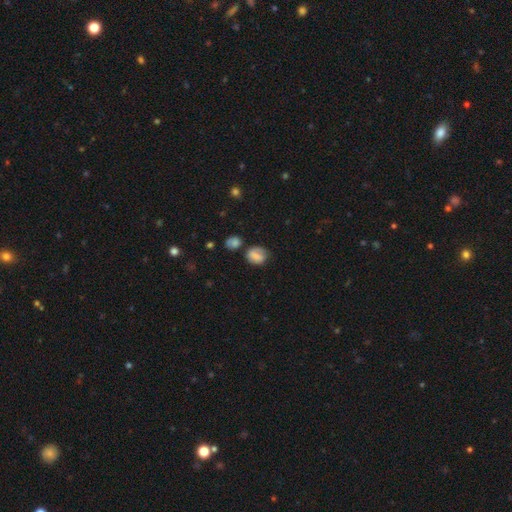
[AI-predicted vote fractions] Smooth or featured? smooth (72%)
How rounded? in between (51%)
Merging? none (58%)